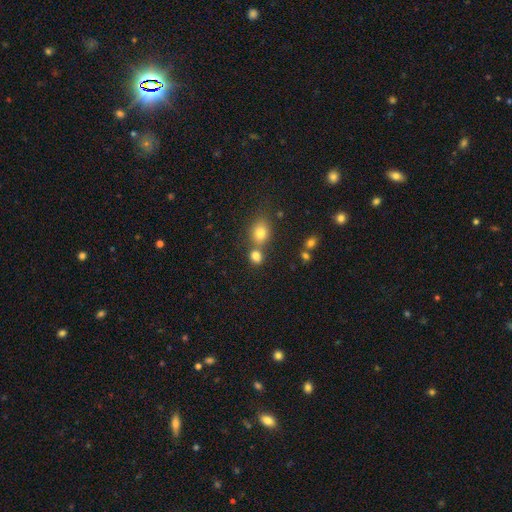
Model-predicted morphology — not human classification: type=smooth (79%); roundness=round (60%); merging=none (50%).